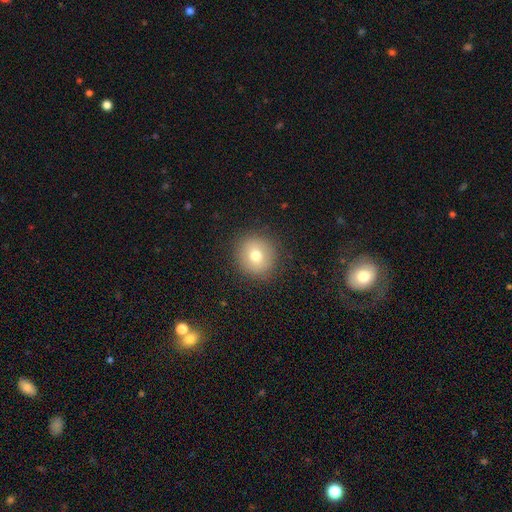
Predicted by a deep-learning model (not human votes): Smooth or featured: smooth — 73% (featured or disk — 15%)
How rounded: round — 91% (in between — 8%)
Merging: none — 90% (minor disturbance — 7%)